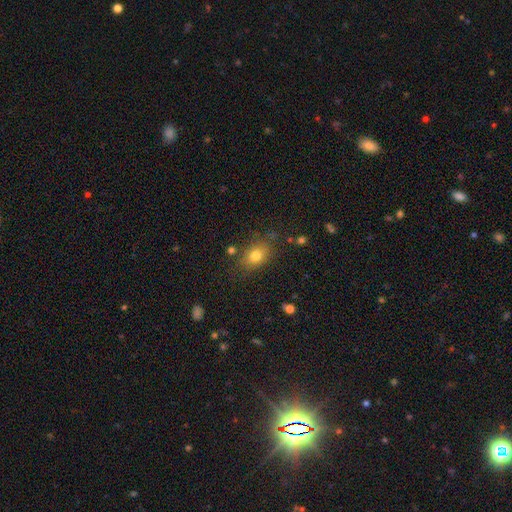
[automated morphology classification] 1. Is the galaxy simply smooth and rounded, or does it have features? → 78% smooth, 12% star or artifact, 10% featured or disk.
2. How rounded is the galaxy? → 71% in between, 27% round, 2% cigar-shaped.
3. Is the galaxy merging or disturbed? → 77% none, 15% minor disturbance, 5% major disturbance, 4% merger.